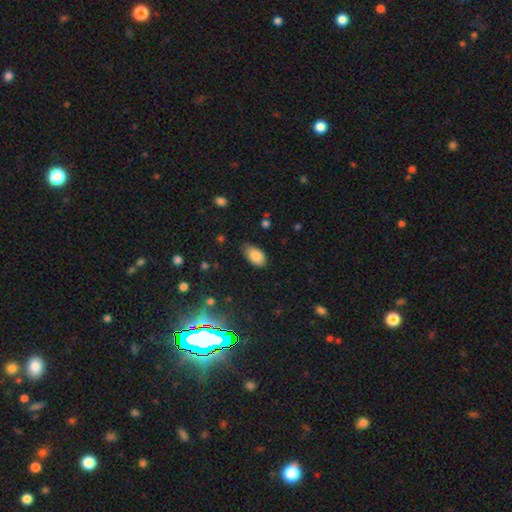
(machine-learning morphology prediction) Smooth or featured?
  - smooth: 84% *
  - star or artifact: 9%
  - featured or disk: 7%
How rounded?
  - in between: 94% *
  - round: 5%
  - cigar-shaped: 2%
Merging?
  - none: 75% *
  - minor disturbance: 20%
  - major disturbance: 3%
  - merger: 1%